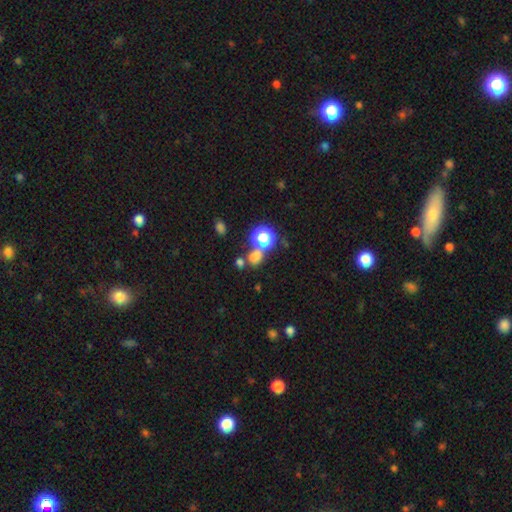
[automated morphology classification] This appears to be a smooth galaxy with no disk features (63%) that is round (68%). Merging: none (58%).